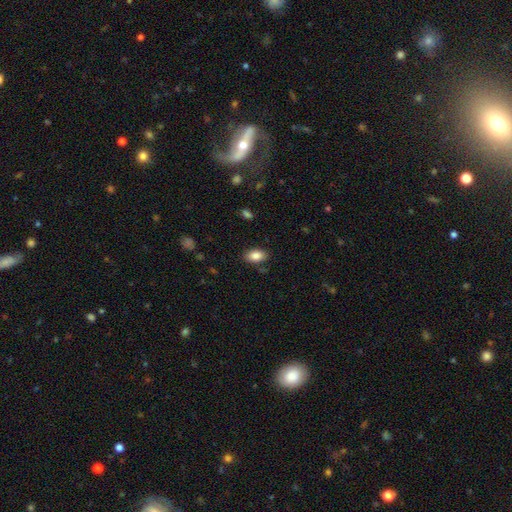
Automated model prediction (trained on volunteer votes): Smooth or featured: smooth — 86% (star or artifact — 8%)
How rounded: in between — 91% (round — 6%)
Merging: none — 84% (minor disturbance — 11%)